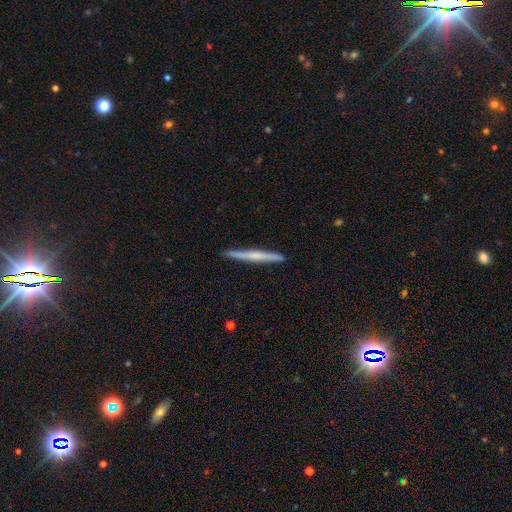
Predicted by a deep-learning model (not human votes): smooth-or-featured: featured or disk: 52% | smooth: 42% | star or artifact: 5%
  disk-edge-on: yes: 98% | no: 2%
    edge-on-bulge: none: 56% | rounded: 33% | boxy: 10%
  merging: none: 92% | minor disturbance: 6% | major disturbance: 1% | merger: 1%